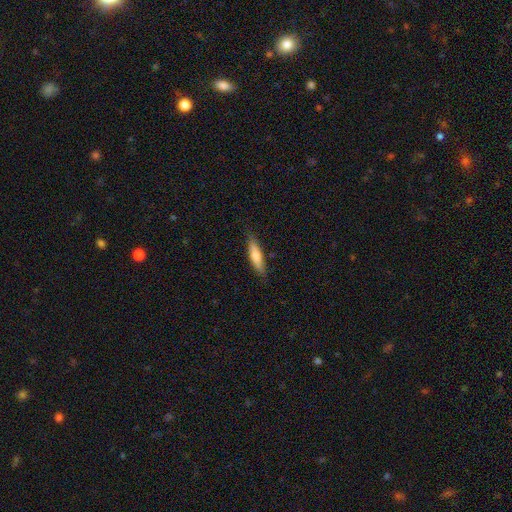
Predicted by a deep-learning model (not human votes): Smooth or featured: smooth — 71% (featured or disk — 23%)
How rounded: cigar-shaped — 75% (in between — 23%)
Merging: none — 84% (minor disturbance — 13%)